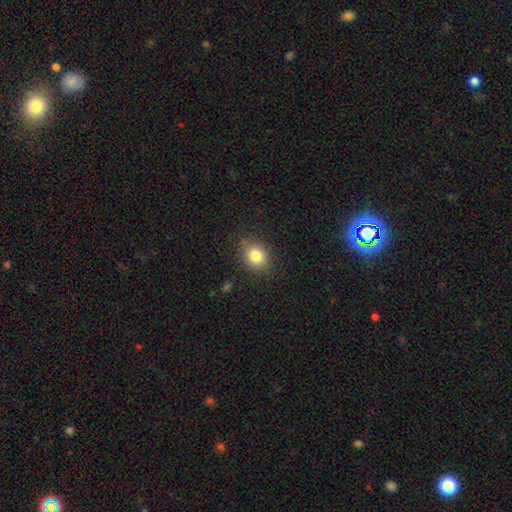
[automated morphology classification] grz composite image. It shows a smooth galaxy with no disk features (83%) that is round (50%). Merging: none (82%).